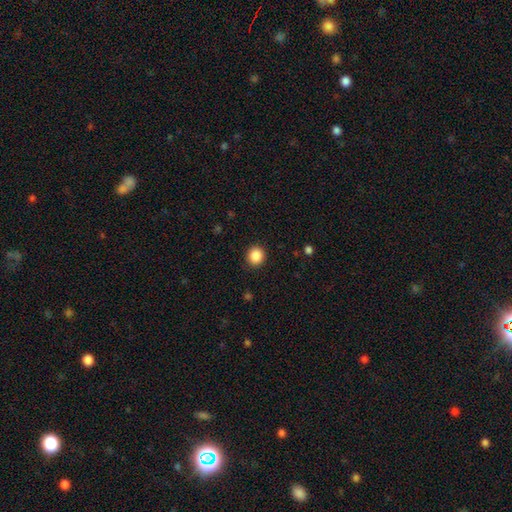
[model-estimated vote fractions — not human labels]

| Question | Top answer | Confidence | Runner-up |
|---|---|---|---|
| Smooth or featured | smooth | 87% | star or artifact (10%) |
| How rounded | round | 90% | in between (9%) |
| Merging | none | 91% | minor disturbance (6%) |